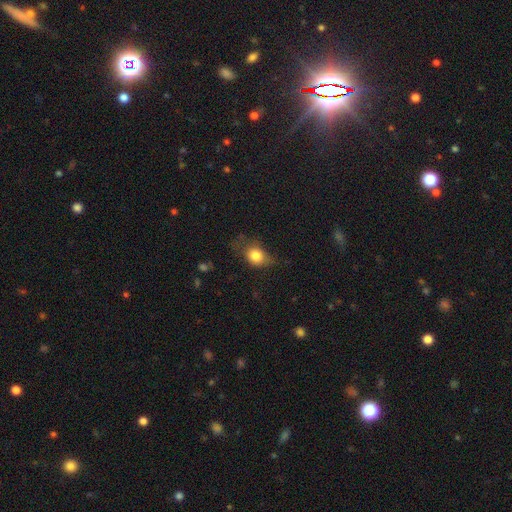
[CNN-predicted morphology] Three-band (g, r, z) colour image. It shows a smooth galaxy with no disk features (79%) that is round (50%). Merging: none (44%).